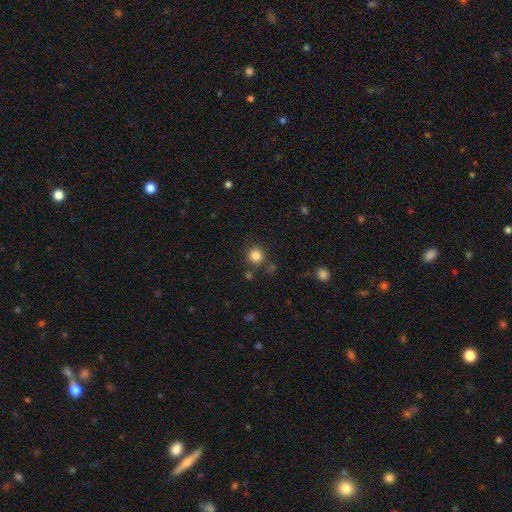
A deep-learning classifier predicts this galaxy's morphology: Smooth or featured? smooth (83%)
How rounded? round (93%)
Merging? none (83%)